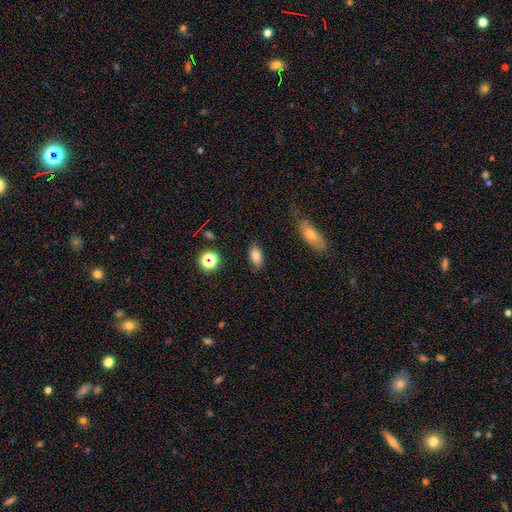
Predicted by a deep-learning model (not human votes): smooth_or_featured: smooth (p=0.79) [alt: star or artifact p=0.11]
how_rounded: in between (p=0.89) [alt: round p=0.06]
merging: none (p=0.83) [alt: minor disturbance p=0.12]